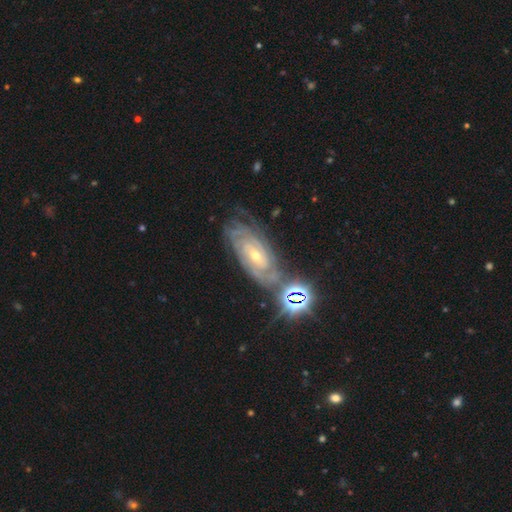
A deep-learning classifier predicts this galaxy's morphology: type=featured or disk (82%); edge-on=no (93%); bar=no (55%); spiral arms=yes (96%); winding=tight (78%); arm count=can't tell (40%); bulge=small (64%); merging=none (63%).